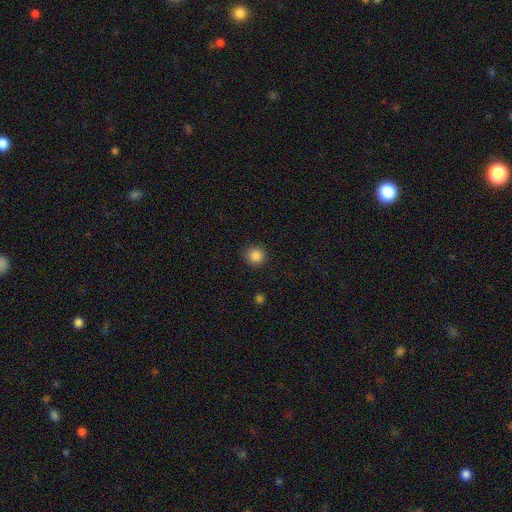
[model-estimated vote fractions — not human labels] The model was most divided on "smooth or featured": smooth: 86%, star or artifact: 11%, featured or disk: 3%. More confident: how rounded — round (94%); merging — none (90%).